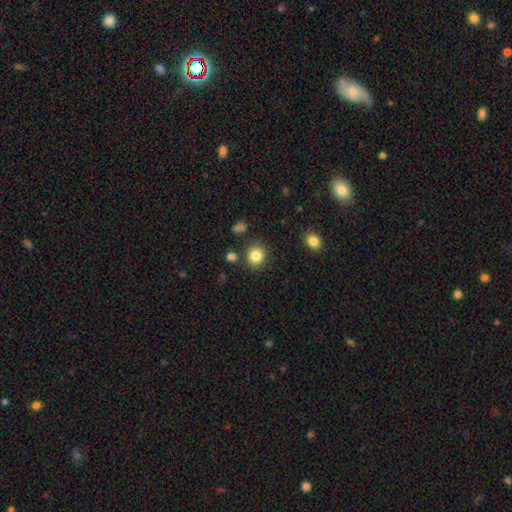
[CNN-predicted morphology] Smooth or featured: smooth — 83% (star or artifact — 10%)
How rounded: round — 82% (in between — 17%)
Merging: none — 83% (minor disturbance — 9%)